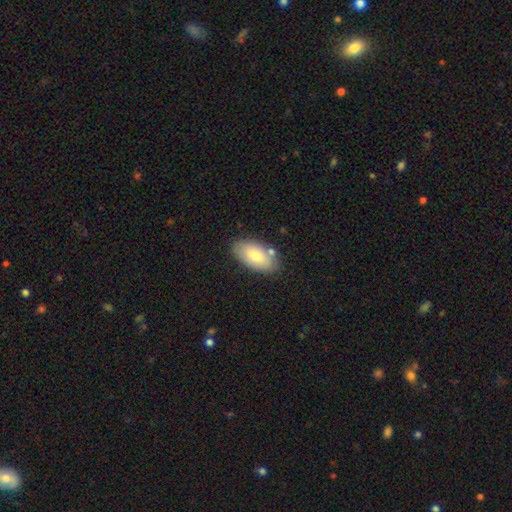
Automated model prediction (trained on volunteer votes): Smooth or featured?
  - smooth: 74% *
  - featured or disk: 20%
  - star or artifact: 6%
How rounded?
  - in between: 94% *
  - round: 3%
  - cigar-shaped: 3%
Merging?
  - none: 77% *
  - minor disturbance: 14%
  - merger: 6%
  - major disturbance: 3%